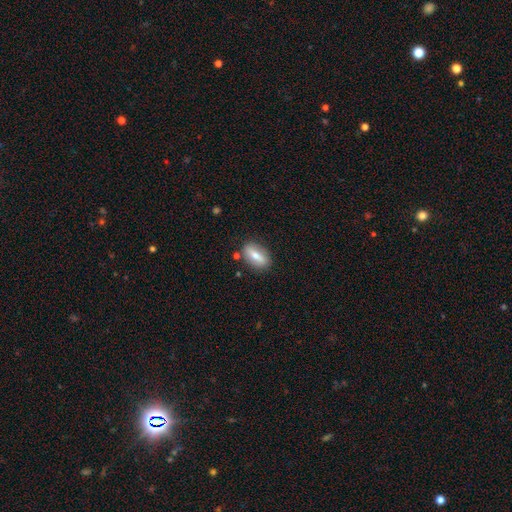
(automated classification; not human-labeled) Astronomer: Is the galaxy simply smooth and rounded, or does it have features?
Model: smooth — 61%.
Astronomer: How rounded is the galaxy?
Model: in between — 80%.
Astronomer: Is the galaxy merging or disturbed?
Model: none — 83%.